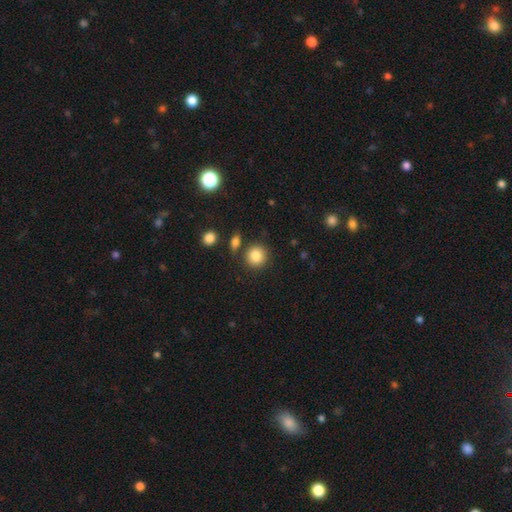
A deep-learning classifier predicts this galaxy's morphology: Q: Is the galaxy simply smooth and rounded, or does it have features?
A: smooth — 86%.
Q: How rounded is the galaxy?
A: round — 89%.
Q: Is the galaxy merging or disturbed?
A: none — 82%.